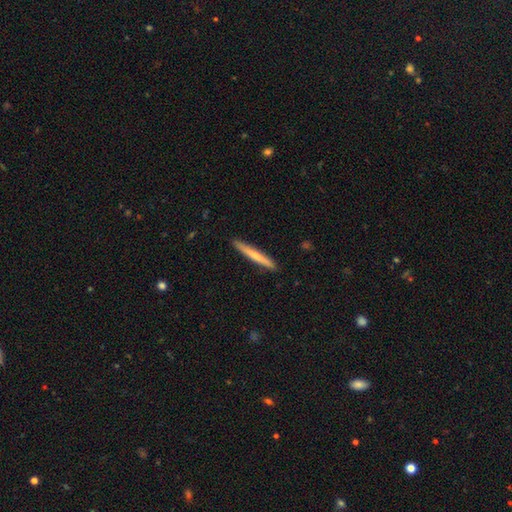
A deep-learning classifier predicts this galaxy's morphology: This appears to be a smooth galaxy with no disk features (57%) that is cigar-shaped (96%). Merging: none (91%).